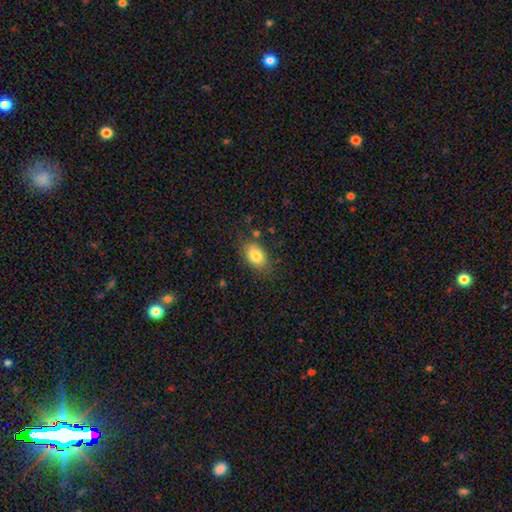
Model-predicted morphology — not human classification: Q: Smooth or featured?
A: smooth (81%); runner-up: featured or disk (12%)
Q: How rounded?
A: in between (87%); runner-up: round (11%)
Q: Merging?
A: none (74%); runner-up: minor disturbance (18%)